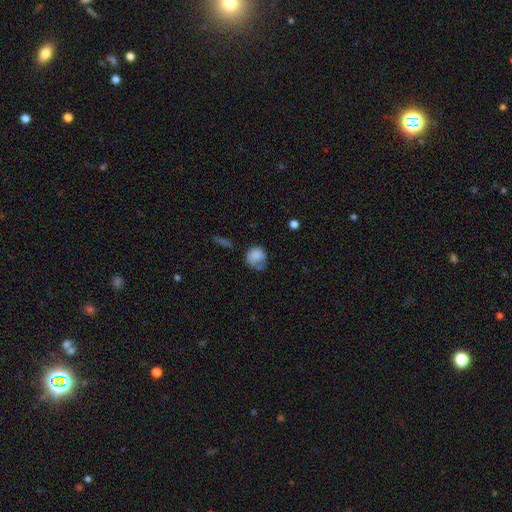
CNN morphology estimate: A smooth galaxy with no disk features (81%) that is round (78%). Merging: none (46%).